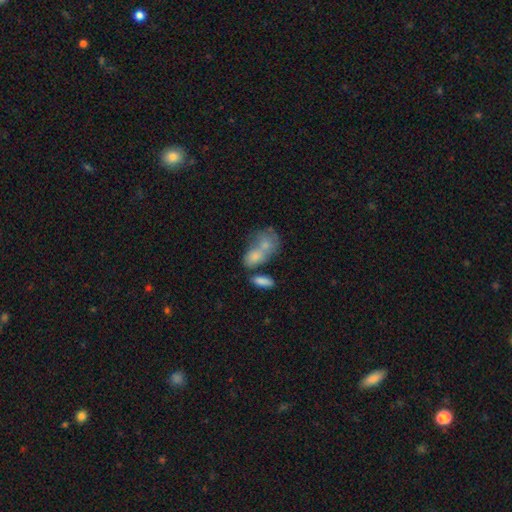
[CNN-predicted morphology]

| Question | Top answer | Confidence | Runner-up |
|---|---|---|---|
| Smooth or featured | smooth | 67% | featured or disk (22%) |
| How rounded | in between | 79% | round (16%) |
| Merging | merger | 54% | none (26%) |